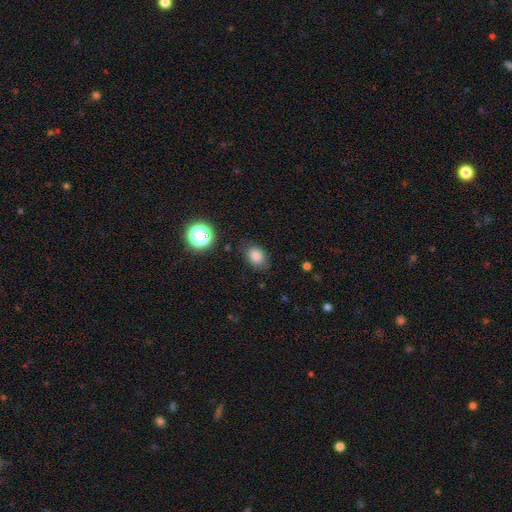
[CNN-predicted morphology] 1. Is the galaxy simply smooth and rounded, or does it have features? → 81% smooth, 13% star or artifact, 6% featured or disk.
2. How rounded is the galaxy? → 69% in between, 30% round, 1% cigar-shaped.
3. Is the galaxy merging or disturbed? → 79% none, 15% minor disturbance, 4% major disturbance, 2% merger.